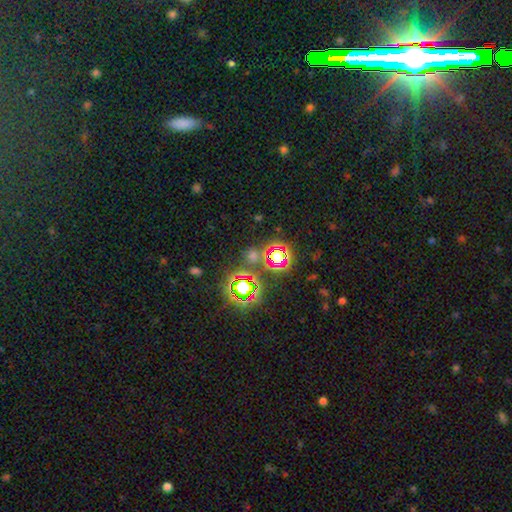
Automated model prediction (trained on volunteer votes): The model was most divided on "smooth or featured": star or artifact: 73%, smooth: 19%, featured or disk: 8%.